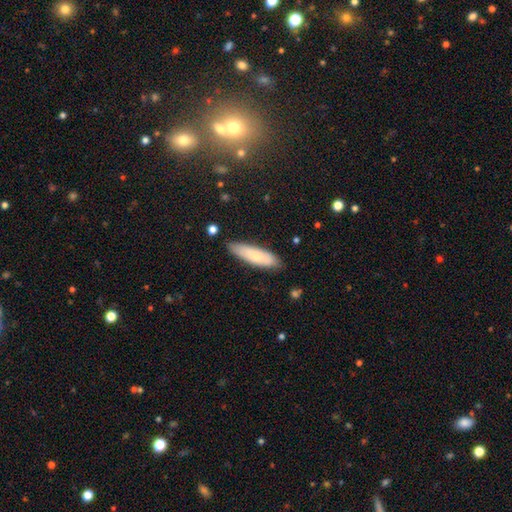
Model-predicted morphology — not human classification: smooth-or-featured: smooth: 77% | featured or disk: 17% | star or artifact: 6%
  how-rounded: cigar-shaped: 65% | in between: 34% | round: 1%
  merging: none: 82% | minor disturbance: 14% | major disturbance: 2% | merger: 2%